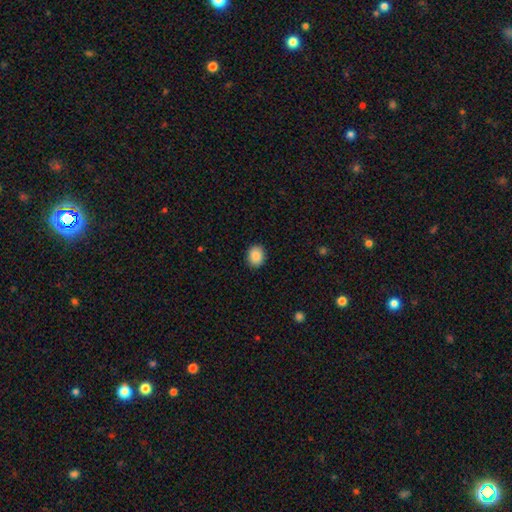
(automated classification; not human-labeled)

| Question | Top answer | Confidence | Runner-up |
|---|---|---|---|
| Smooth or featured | smooth | 89% | star or artifact (8%) |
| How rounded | round | 56% | in between (44%) |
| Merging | none | 90% | minor disturbance (7%) |